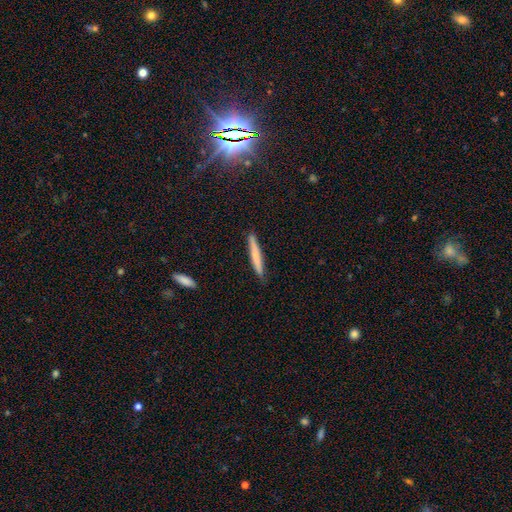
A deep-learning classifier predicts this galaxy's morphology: This is likely a smooth galaxy (66%). How rounded: clearly cigar-shaped (96%). Merging: clearly none (88%).